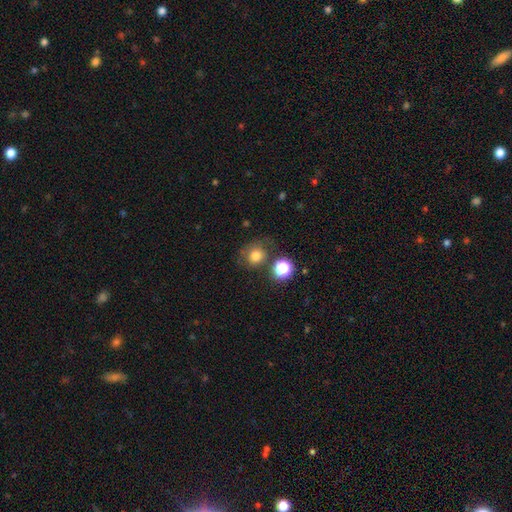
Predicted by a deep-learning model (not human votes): This appears to be a smooth galaxy with no disk features (75%) that is round (81%). Merging: none (64%).